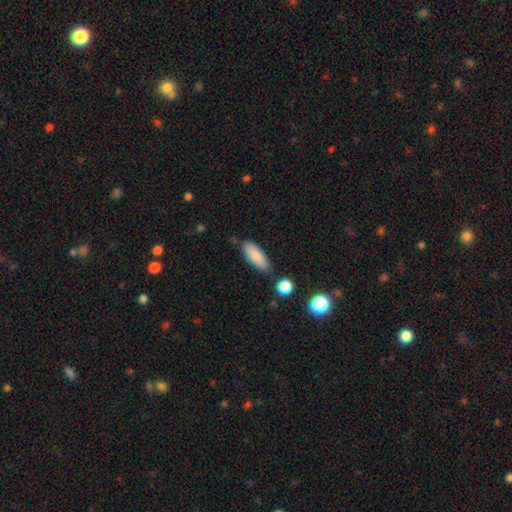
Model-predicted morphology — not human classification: Smooth or featured? smooth (83%)
How rounded? in between (70%)
Merging? none (77%)